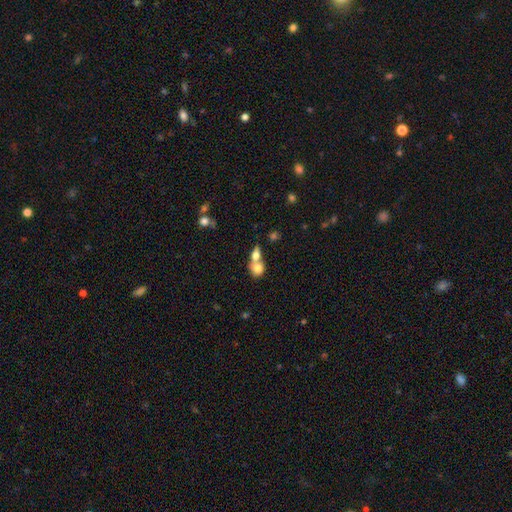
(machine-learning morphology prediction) smooth-or-featured: smooth: 74% | featured or disk: 17% | star or artifact: 9%
  how-rounded: round: 50% | in between: 45% | cigar-shaped: 5%
  merging: merger: 66% | none: 24% | minor disturbance: 6% | major disturbance: 4%